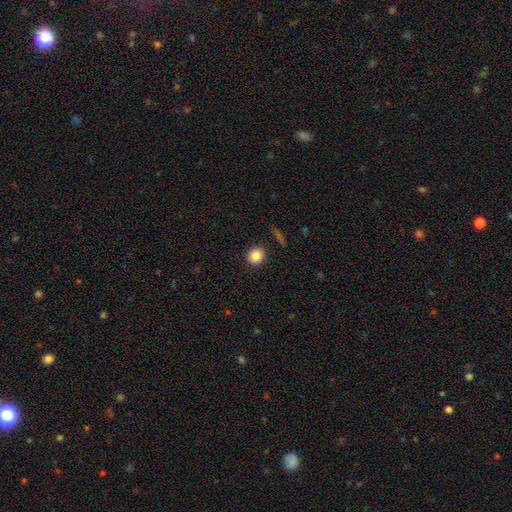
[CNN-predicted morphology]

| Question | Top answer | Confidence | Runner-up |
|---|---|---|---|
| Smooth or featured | smooth | 85% | star or artifact (10%) |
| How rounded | round | 84% | in between (15%) |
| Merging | none | 90% | minor disturbance (7%) |